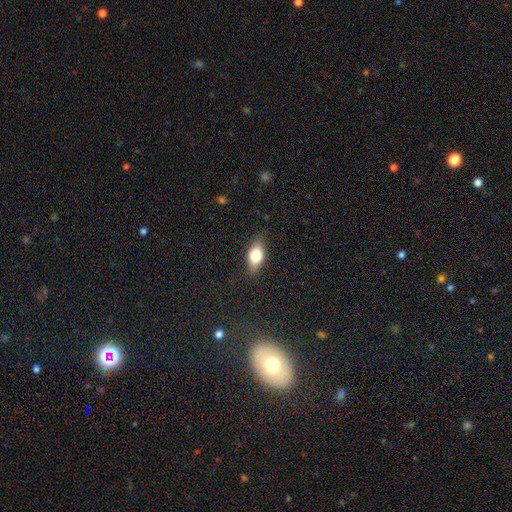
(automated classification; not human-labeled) Smooth or featured? smooth (75%)
How rounded? in between (84%)
Merging? none (81%)